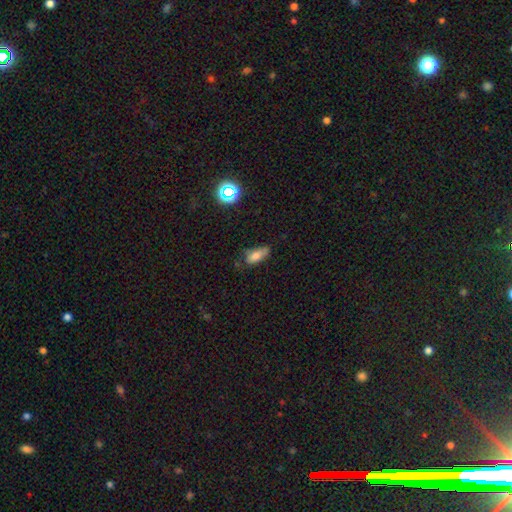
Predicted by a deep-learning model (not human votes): Q: Smooth or featured?
A: smooth (73%); runner-up: featured or disk (15%)
Q: How rounded?
A: in between (80%); runner-up: cigar-shaped (16%)
Q: Merging?
A: none (47%); runner-up: minor disturbance (37%)